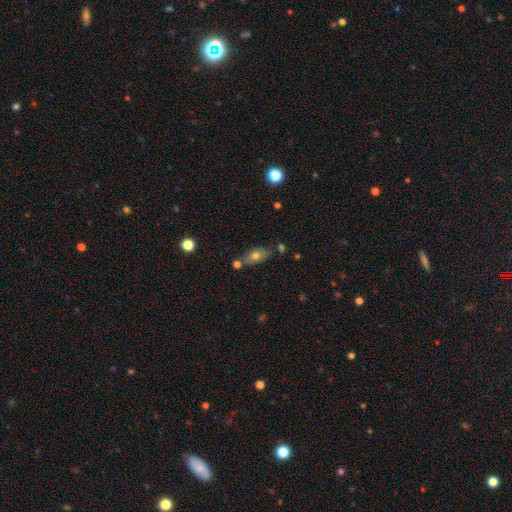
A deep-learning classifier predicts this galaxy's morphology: smooth_or_featured: smooth (p=0.68) [alt: featured or disk p=0.22]
how_rounded: in between (p=0.84) [alt: cigar-shaped p=0.09]
merging: none (p=0.66) [alt: minor disturbance p=0.16]